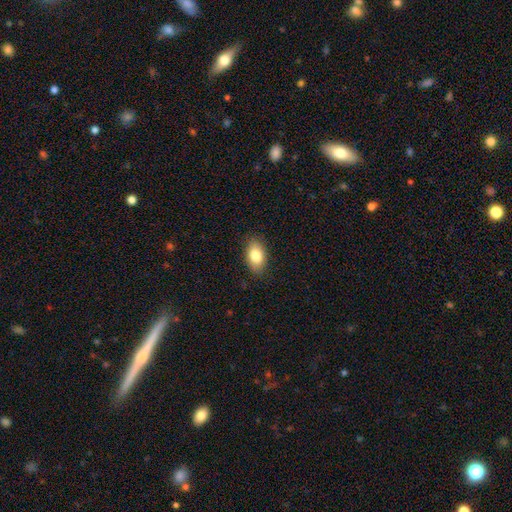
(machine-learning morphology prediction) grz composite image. It shows a smooth galaxy with no disk features (83%) that is in between round and cigar-shaped (90%). Merging: none (85%).